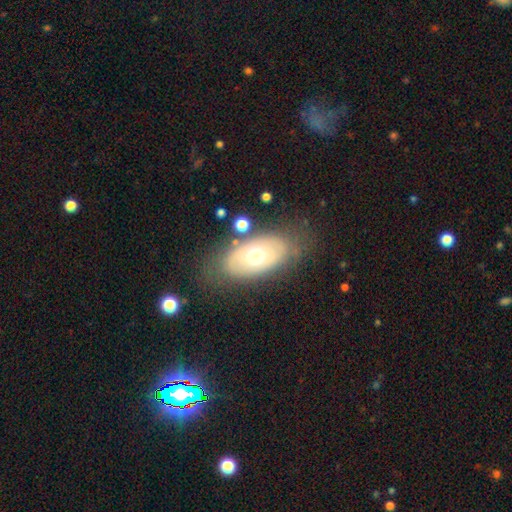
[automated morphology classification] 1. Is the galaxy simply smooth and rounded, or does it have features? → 48% featured or disk, 45% smooth, 7% star or artifact.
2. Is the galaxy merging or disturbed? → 74% none, 15% minor disturbance, 7% major disturbance, 4% merger.